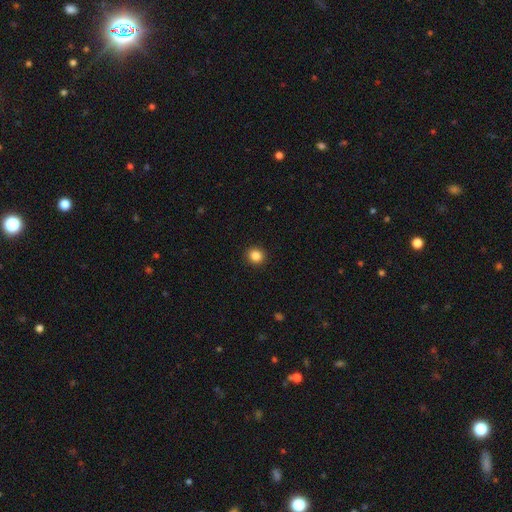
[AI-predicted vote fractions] smooth_or_featured: smooth (p=0.86) [alt: star or artifact p=0.11]
how_rounded: round (p=0.90) [alt: in between p=0.09]
merging: none (p=0.93) [alt: minor disturbance p=0.05]